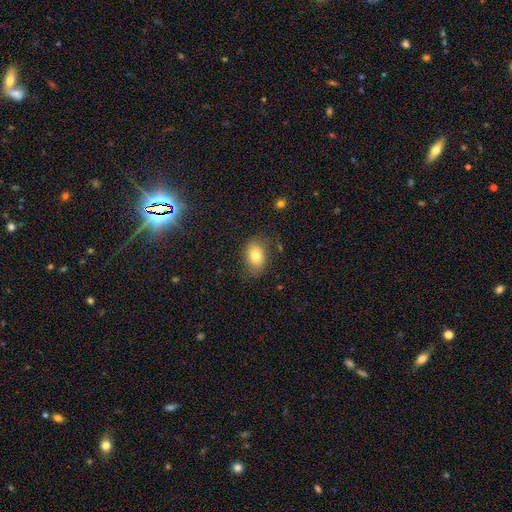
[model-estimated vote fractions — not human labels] The model was most divided on "merging": none: 73%, minor disturbance: 19%, major disturbance: 6%, merger: 2%. More confident: how rounded — in between (80%); smooth or featured — smooth (77%).